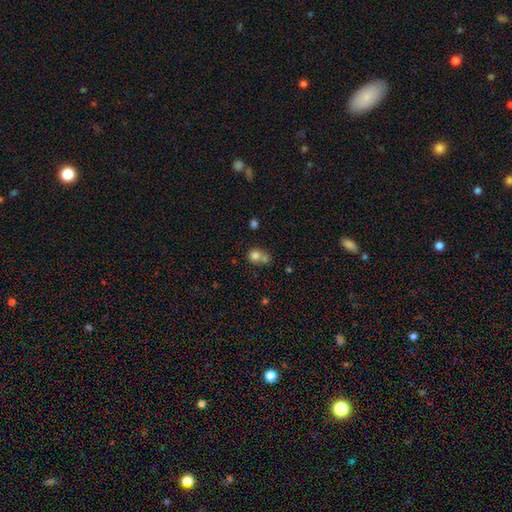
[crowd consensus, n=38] This is clearly a smooth galaxy (84%). How rounded: likely round (62%). Merging: marginally merger (36%).